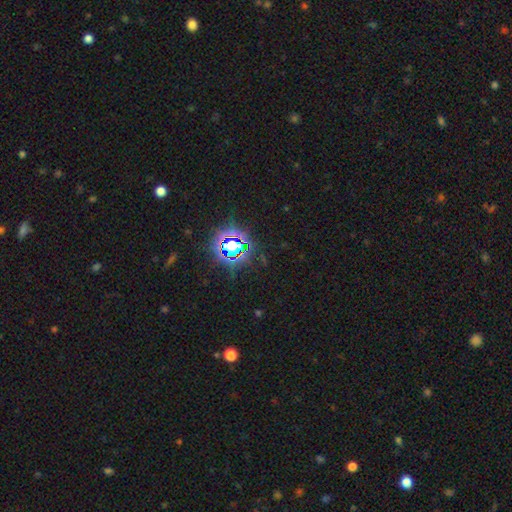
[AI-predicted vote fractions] Overall: star or artifact (82%).